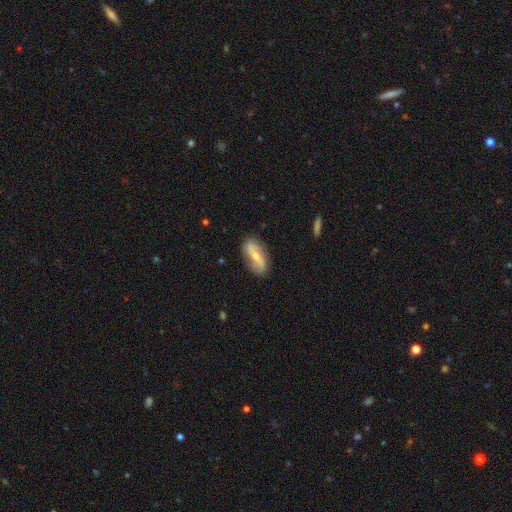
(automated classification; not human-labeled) A featured or disk galaxy (67%) with a weak bar (37%), 2 (88%) loose (65%) spiral arms (86%) and a small central bulge (55%). Merging: none (81%).